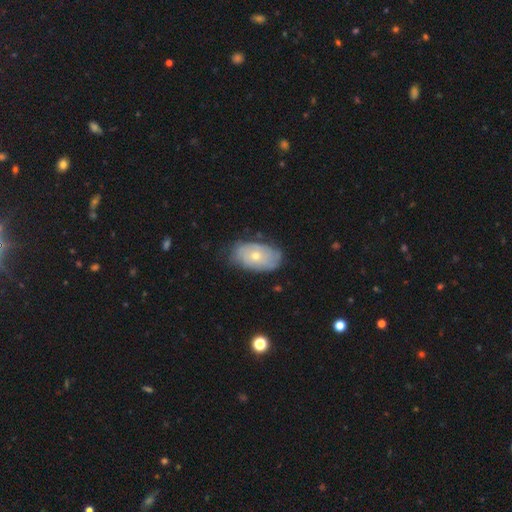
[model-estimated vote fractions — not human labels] Smooth or featured? featured or disk (53%)
Edge-on disk? no (91%)
Merging? none (72%)